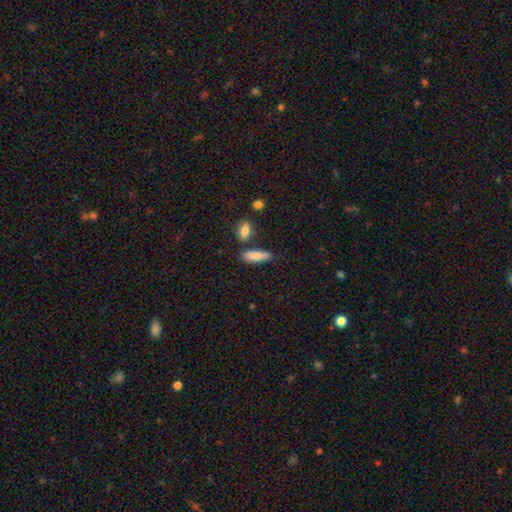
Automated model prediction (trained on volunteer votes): Smooth or featured? Predicted: smooth (p=0.83). How rounded? Predicted: in between (p=0.50). Merging? Predicted: none (p=0.71).